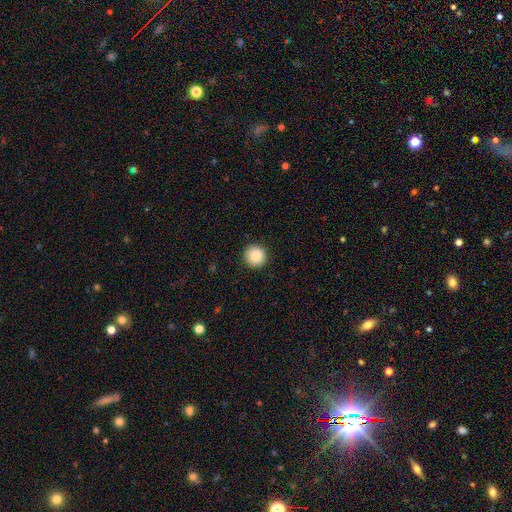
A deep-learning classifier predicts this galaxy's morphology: The model was most divided on "smooth or featured": smooth: 87%, star or artifact: 9%, featured or disk: 4%. More confident: how rounded — round (95%); merging — none (92%).